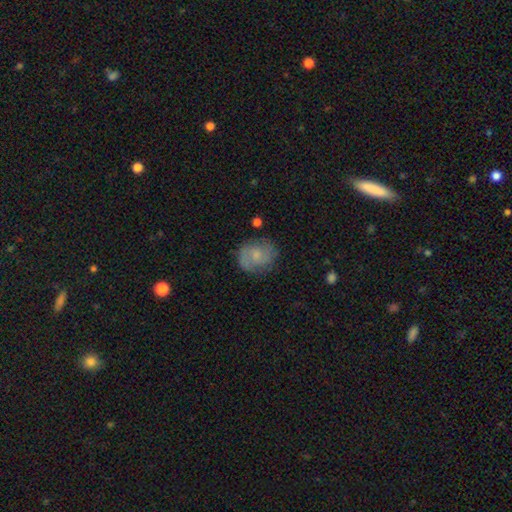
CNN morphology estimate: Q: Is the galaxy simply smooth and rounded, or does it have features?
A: smooth — 50%.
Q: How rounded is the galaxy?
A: round — 67%.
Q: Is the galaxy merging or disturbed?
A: none — 73%.